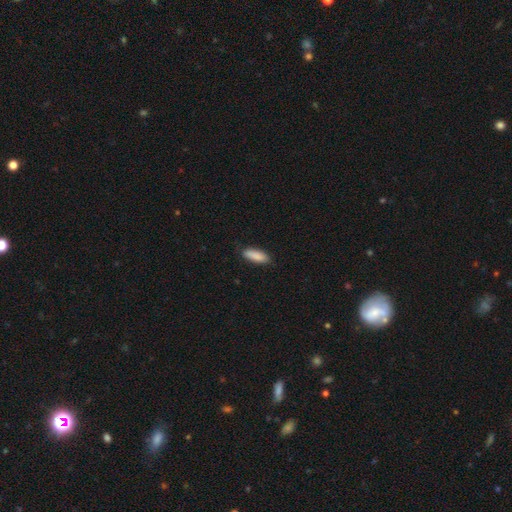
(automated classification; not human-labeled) Morphology: type=smooth (89%); roundness=in between (60%); merging=none (85%).